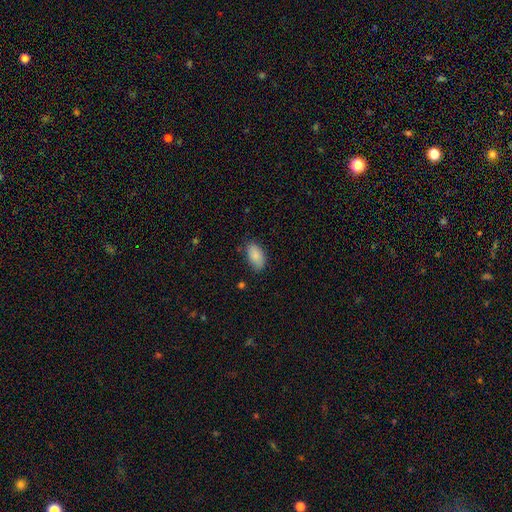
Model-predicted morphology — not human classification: This is clearly a smooth galaxy (87%). How rounded: clearly in between (94%). Merging: likely none (74%).